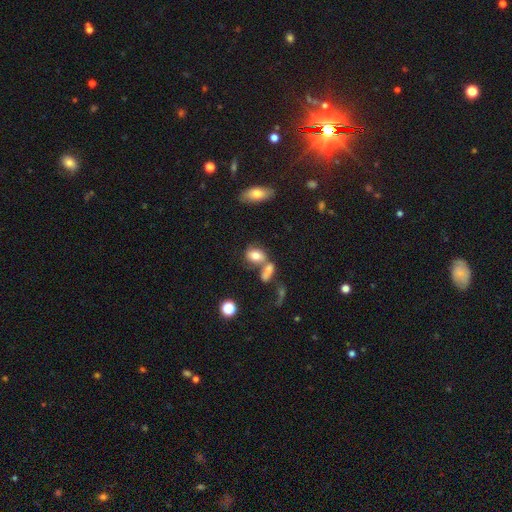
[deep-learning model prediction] Smooth or featured? smooth (75%)
How rounded? in between (78%)
Merging? none (39%, tied with merger)